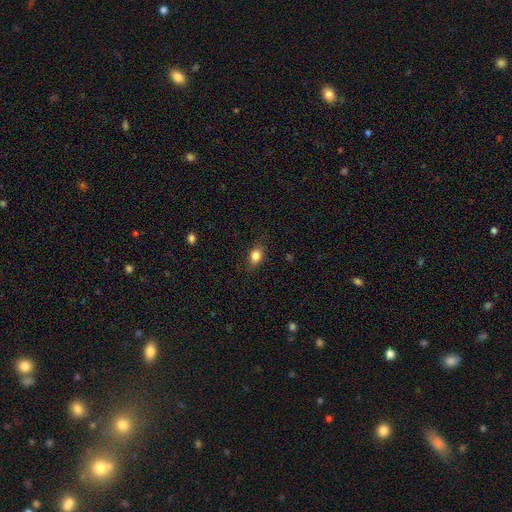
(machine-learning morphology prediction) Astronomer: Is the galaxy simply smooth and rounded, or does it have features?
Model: smooth — 83%.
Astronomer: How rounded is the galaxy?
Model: in between — 62%.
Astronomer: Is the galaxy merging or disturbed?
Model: none — 80%.